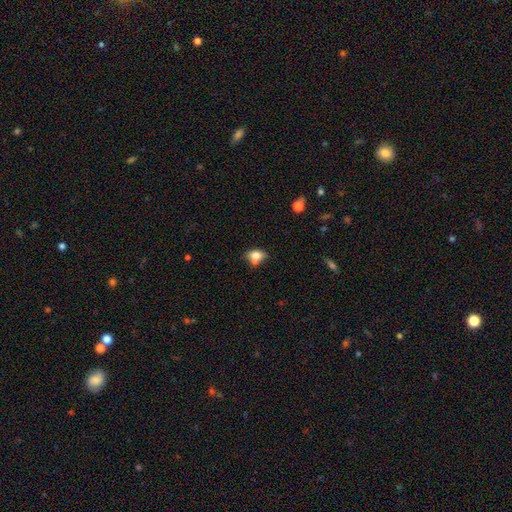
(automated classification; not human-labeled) The model was most divided on "merging": none: 45%, minor disturbance: 26%, merger: 21%, major disturbance: 8%. More confident: smooth or featured — smooth (75%); how rounded — in between (67%).